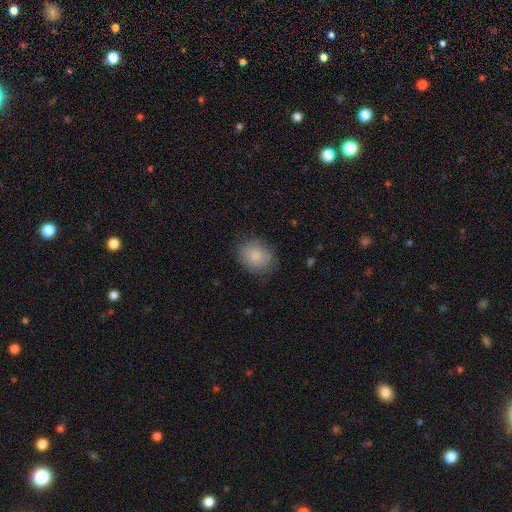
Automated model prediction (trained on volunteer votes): The model was most divided on "how rounded": round: 57%, in between: 42%, cigar-shaped: 1%. More confident: smooth or featured — smooth (84%); merging — none (81%).